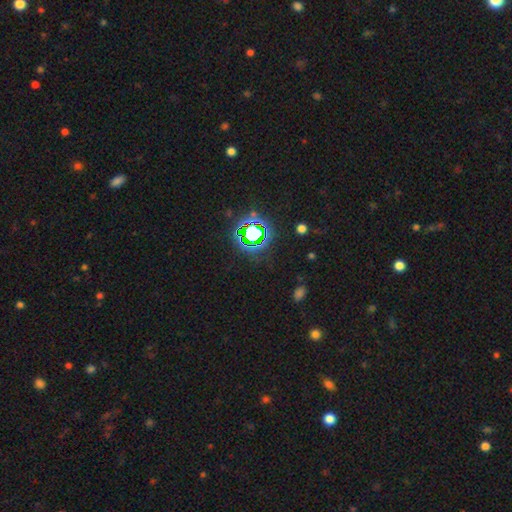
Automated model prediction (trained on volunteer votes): Morphology: type=star or artifact (77%).